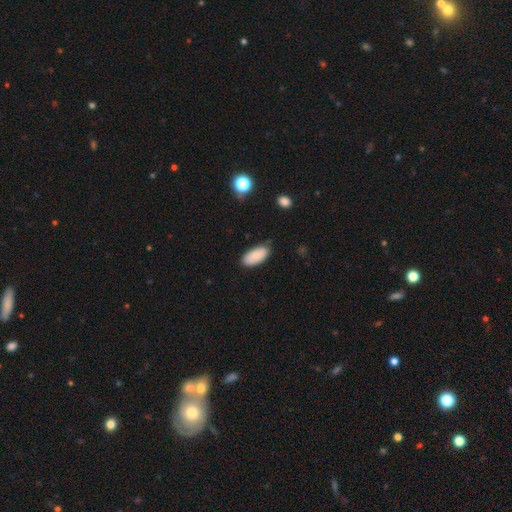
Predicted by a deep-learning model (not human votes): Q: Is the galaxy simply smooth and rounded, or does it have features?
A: smooth — 87%.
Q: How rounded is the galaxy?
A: in between — 93%.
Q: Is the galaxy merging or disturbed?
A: none — 79%.